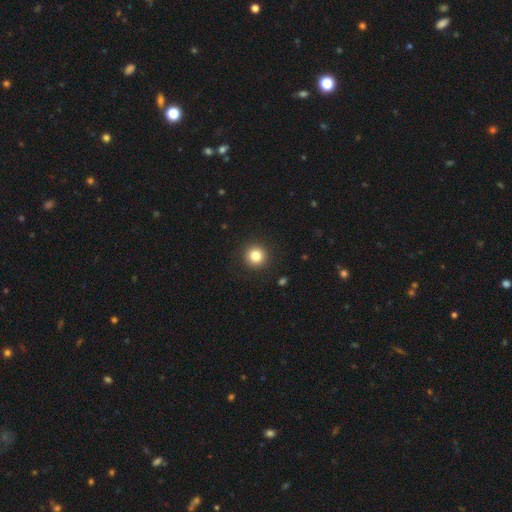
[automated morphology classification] Smooth or featured? smooth (82%)
How rounded? round (95%)
Merging? none (92%)